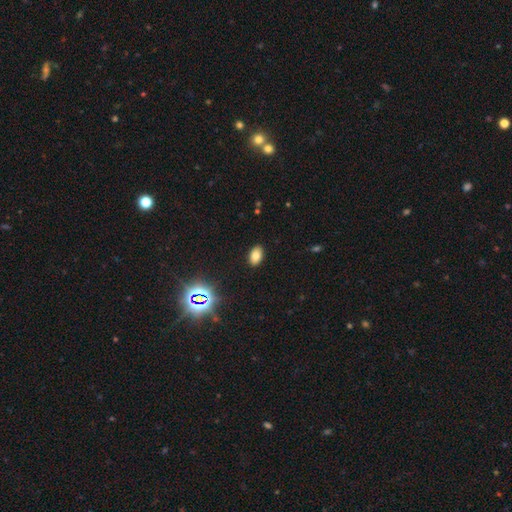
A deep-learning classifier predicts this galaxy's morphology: A smooth galaxy with no disk features (76%) that is in between round and cigar-shaped (90%).

Vote fractions:
- Smooth or featured? smooth: 76% / star or artifact: 15% / featured or disk: 9%
- How rounded? in between: 90% / round: 9% / cigar-shaped: 1%
- Merging? none: 89% / minor disturbance: 8% / major disturbance: 2% / merger: 1%